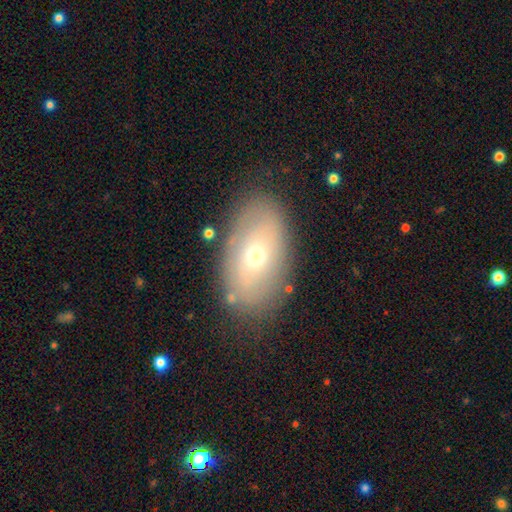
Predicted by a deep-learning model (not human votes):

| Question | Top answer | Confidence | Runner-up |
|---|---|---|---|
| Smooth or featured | smooth | 54% | featured or disk (36%) |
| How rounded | in between | 89% | round (9%) |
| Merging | none | 81% | minor disturbance (13%) |